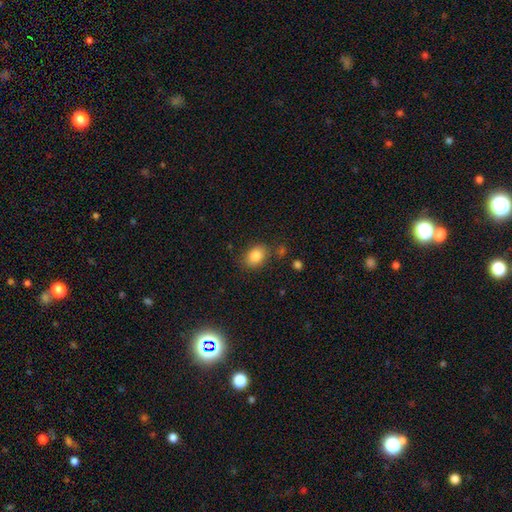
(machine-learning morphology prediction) A smooth galaxy with no disk features (85%) that is in between round and cigar-shaped (68%). Merging: none (76%).